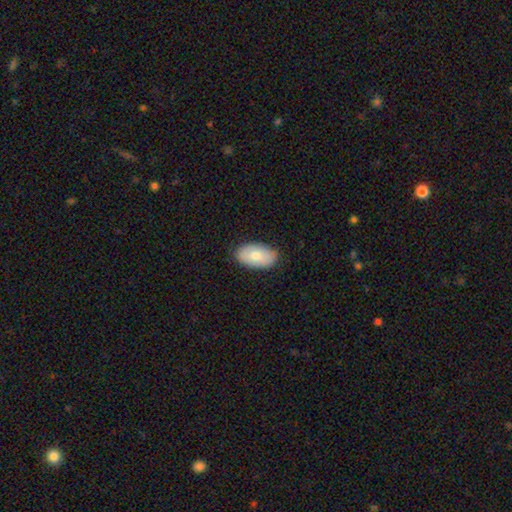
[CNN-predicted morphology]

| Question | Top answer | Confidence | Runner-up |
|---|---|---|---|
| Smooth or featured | smooth | 75% | featured or disk (19%) |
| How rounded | in between | 94% | round (5%) |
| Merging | none | 85% | minor disturbance (12%) |